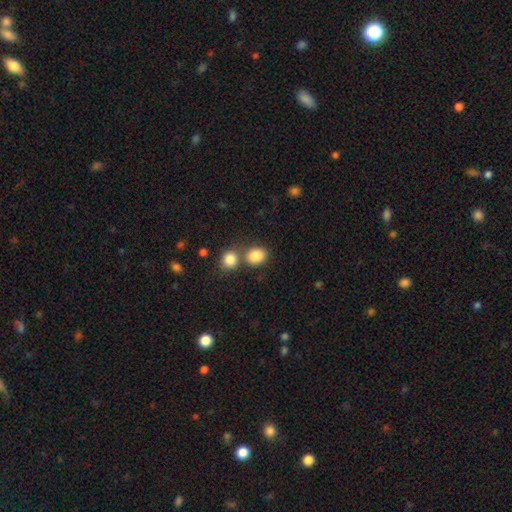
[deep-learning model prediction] A smooth galaxy with no disk features (86%) that is round (63%). Merging: none (58%).